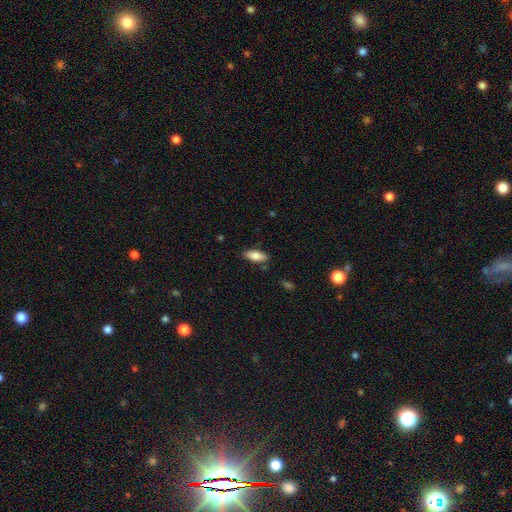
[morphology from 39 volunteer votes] smooth_or_featured: smooth (p=0.85) [alt: featured or disk p=0.10]
how_rounded: in between (p=0.82) [alt: cigar-shaped p=0.15]
merging: none (p=0.81) [alt: minor disturbance p=0.14]